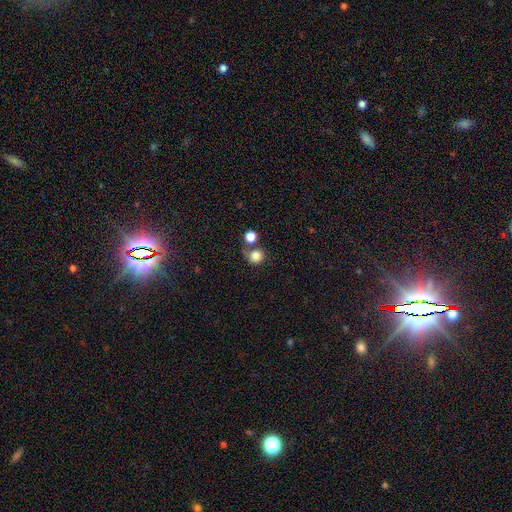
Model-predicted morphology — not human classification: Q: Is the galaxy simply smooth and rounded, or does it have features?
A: smooth — 82%.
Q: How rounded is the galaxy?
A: round — 89%.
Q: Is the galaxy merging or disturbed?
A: none — 51%.